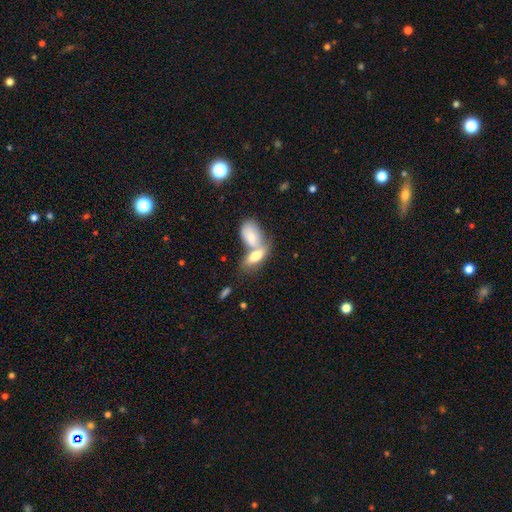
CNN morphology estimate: Smooth or featured? smooth (74%)
How rounded? in between (84%)
Merging? merger (68%)